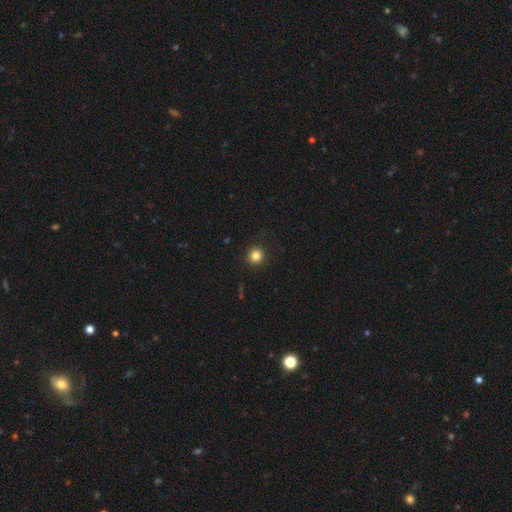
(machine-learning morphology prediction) type=smooth (84%); roundness=round (92%); merging=none (91%).